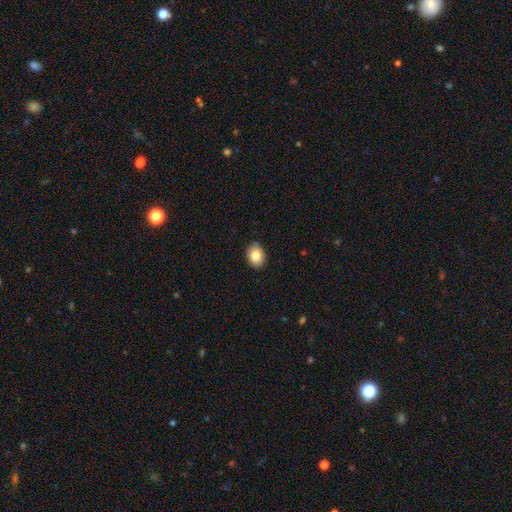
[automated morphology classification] Smooth or featured?
  - smooth: 83% *
  - featured or disk: 8%
  - star or artifact: 8%
How rounded?
  - in between: 58% *
  - round: 41%
  - cigar-shaped: 1%
Merging?
  - none: 88% *
  - minor disturbance: 9%
  - major disturbance: 2%
  - merger: 1%